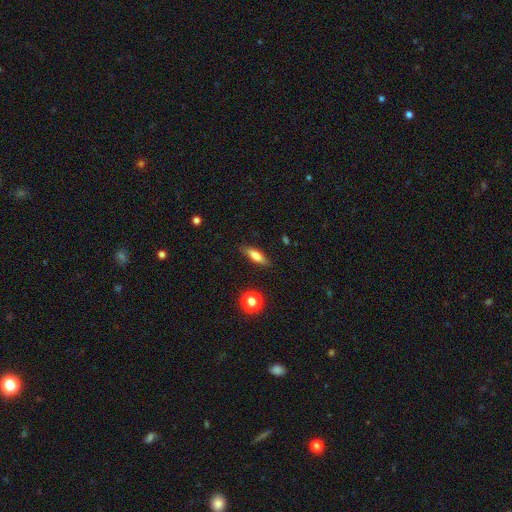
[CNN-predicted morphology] Q: Smooth or featured?
A: smooth (71%); runner-up: featured or disk (20%)
Q: How rounded?
A: cigar-shaped (54%); runner-up: in between (43%)
Q: Merging?
A: none (85%); runner-up: minor disturbance (11%)